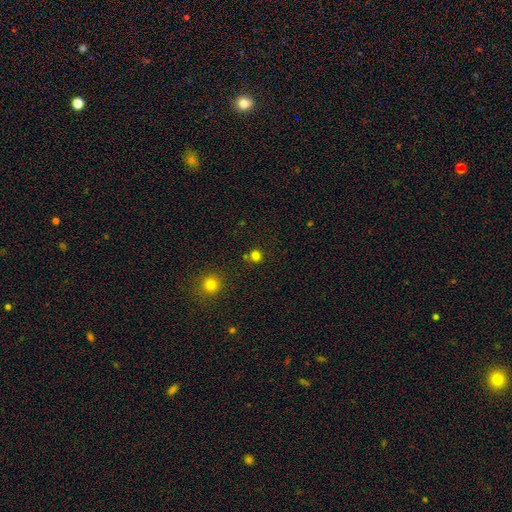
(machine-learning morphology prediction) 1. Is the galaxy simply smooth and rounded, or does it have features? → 77% smooth, 18% star or artifact, 5% featured or disk.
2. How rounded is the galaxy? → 90% round, 9% in between, 1% cigar-shaped.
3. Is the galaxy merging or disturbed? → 80% none, 9% merger, 8% minor disturbance, 3% major disturbance.